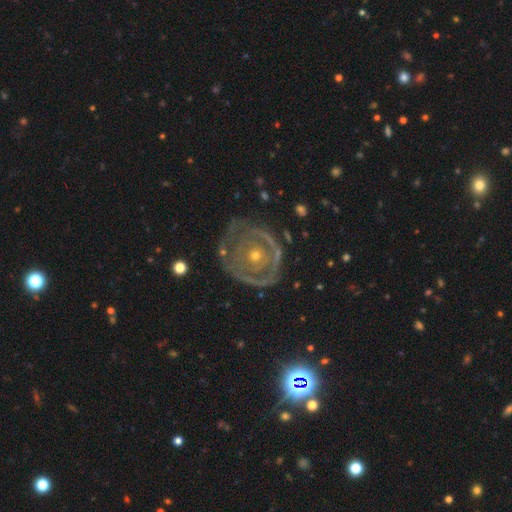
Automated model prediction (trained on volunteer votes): The model was most divided on "spiral arms": yes: 51%, no: 49%. More confident: edge-on disk — no (96%); bar — no (87%); smooth or featured — featured or disk (77%); merging — none (65%); bulge size — small (58%).